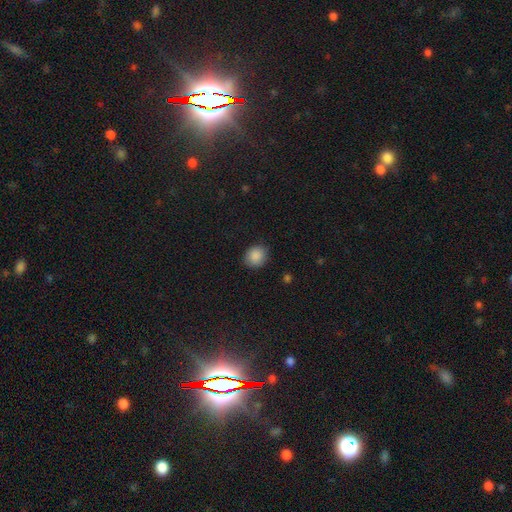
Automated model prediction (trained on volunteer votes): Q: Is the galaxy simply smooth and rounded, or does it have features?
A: smooth — 88%.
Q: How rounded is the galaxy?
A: round — 73%.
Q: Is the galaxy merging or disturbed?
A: none — 85%.